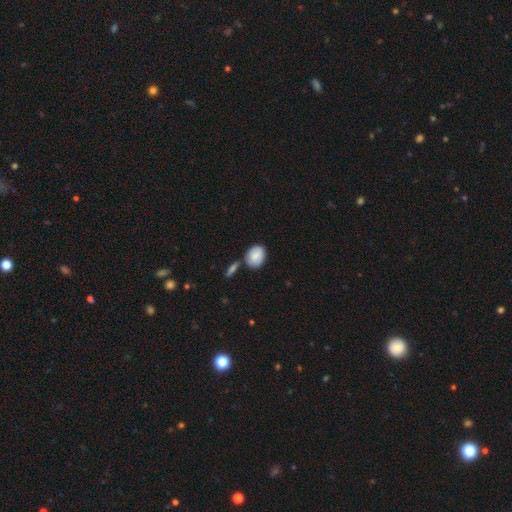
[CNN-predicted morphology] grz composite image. It shows a smooth galaxy with no disk features (81%) that is in between round and cigar-shaped (65%). Merging: none (64%).